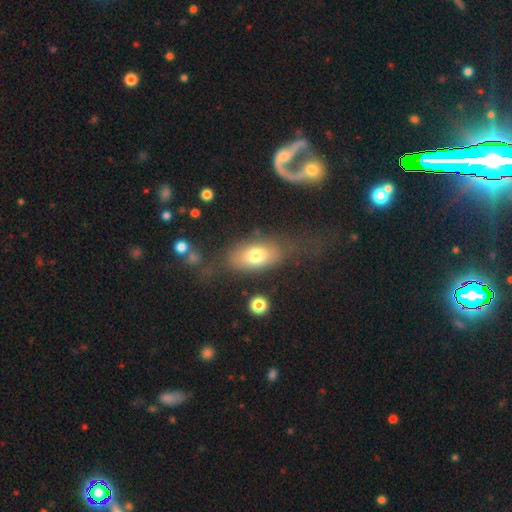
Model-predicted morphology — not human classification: The model was most divided on "merging": none: 59%, minor disturbance: 18%, major disturbance: 18%, merger: 5%. More confident: how rounded — in between (85%); smooth or featured — smooth (72%).